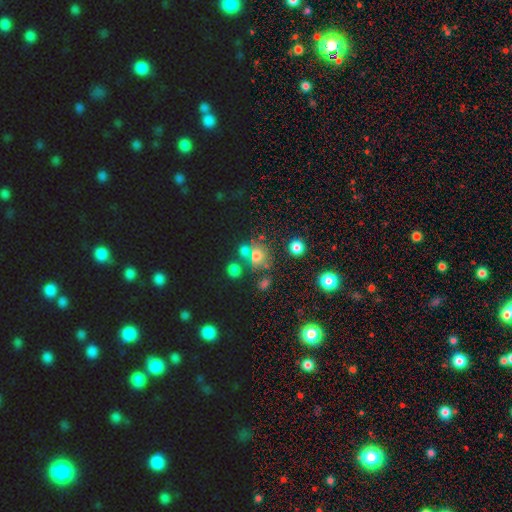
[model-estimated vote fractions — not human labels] Q: Smooth or featured?
A: smooth (63%); runner-up: star or artifact (26%)
Q: How rounded?
A: round (77%); runner-up: in between (22%)
Q: Merging?
A: none (59%); runner-up: merger (23%)